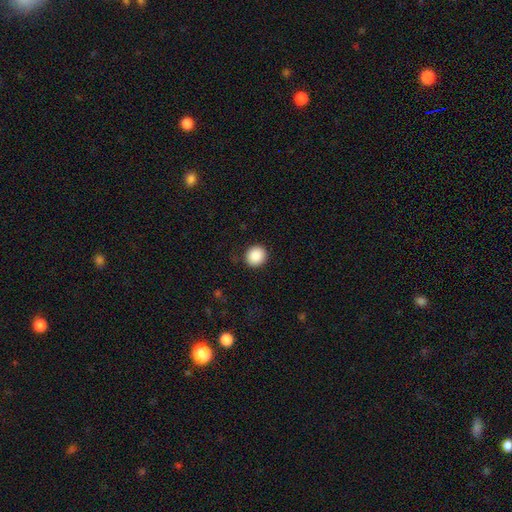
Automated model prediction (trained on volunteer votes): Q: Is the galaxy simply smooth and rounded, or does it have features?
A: smooth — 89%.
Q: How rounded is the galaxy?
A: round — 87%.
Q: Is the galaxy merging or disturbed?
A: none — 90%.